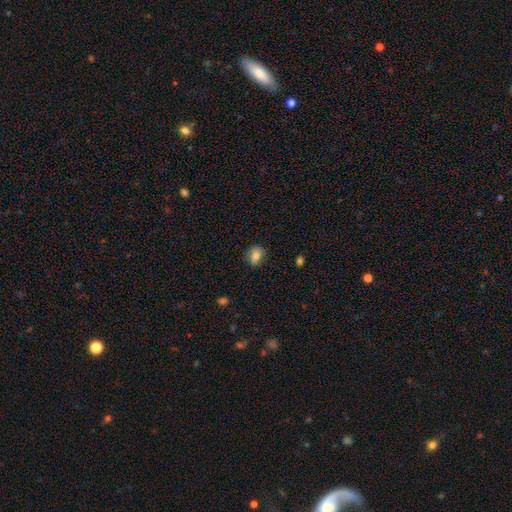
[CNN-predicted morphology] Overall: smooth (73%). How rounded: in between (56%; round 43%). Merging: none (71%).